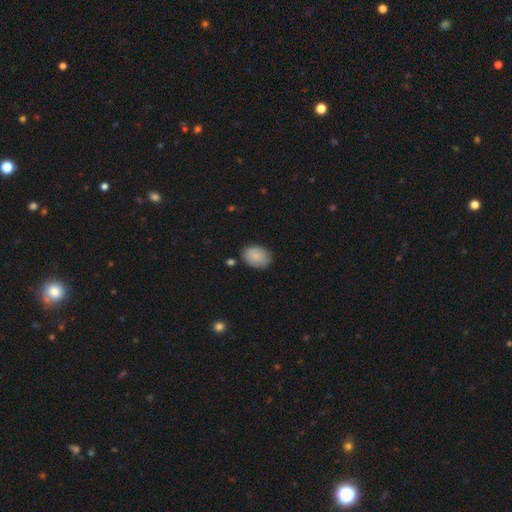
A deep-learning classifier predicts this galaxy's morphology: Smooth or featured?
  - smooth: 85% *
  - featured or disk: 8%
  - star or artifact: 7%
How rounded?
  - in between: 78% *
  - round: 21%
  - cigar-shaped: 1%
Merging?
  - none: 81% *
  - minor disturbance: 14%
  - major disturbance: 3%
  - merger: 2%